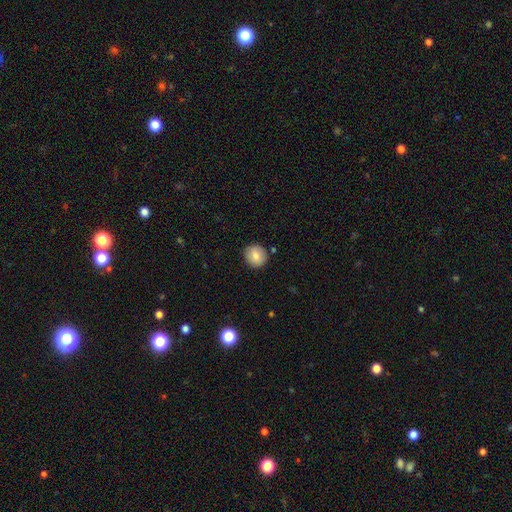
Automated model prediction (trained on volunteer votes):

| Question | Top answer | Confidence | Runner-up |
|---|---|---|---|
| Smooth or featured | smooth | 82% | featured or disk (10%) |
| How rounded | round | 88% | in between (11%) |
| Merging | none | 86% | minor disturbance (10%) |